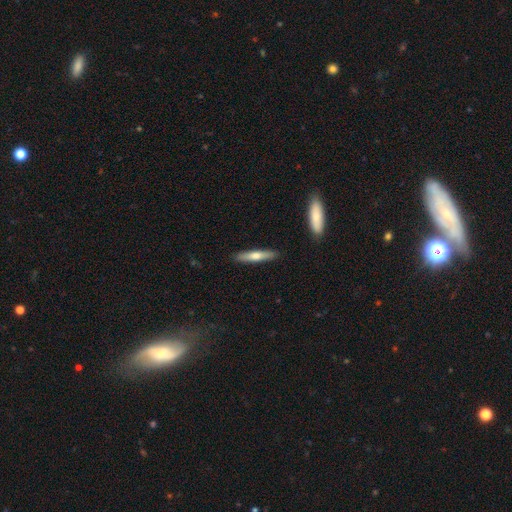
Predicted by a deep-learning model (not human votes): Smooth or featured? smooth (59%)
How rounded? cigar-shaped (88%)
Merging? none (89%)